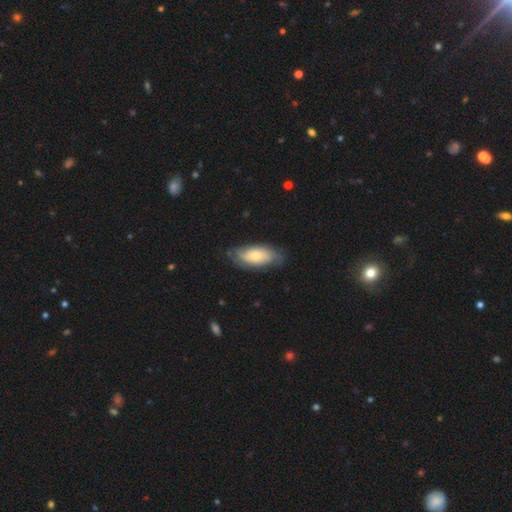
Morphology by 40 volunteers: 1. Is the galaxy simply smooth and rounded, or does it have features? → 65% smooth, 25% featured or disk, 10% star or artifact.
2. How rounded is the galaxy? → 96% in between, 4% round, 0% cigar-shaped.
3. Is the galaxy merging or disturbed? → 75% none, 14% minor disturbance, 8% major disturbance, 3% merger.